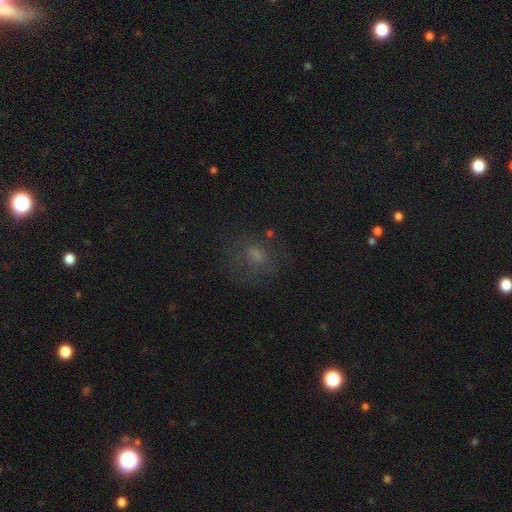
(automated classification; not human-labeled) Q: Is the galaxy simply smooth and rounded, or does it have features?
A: smooth — 56%.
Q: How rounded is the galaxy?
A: in between — 59%.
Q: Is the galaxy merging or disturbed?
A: none — 62%.